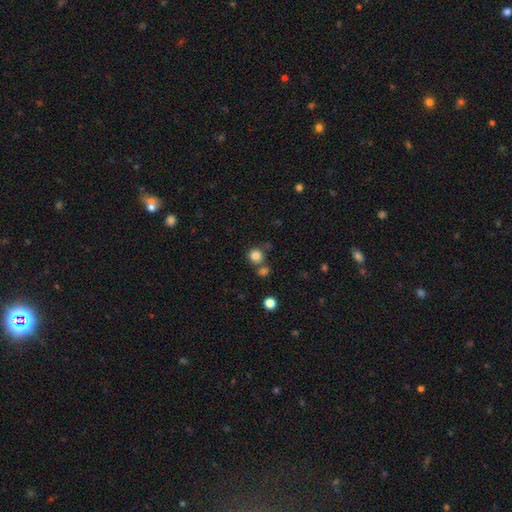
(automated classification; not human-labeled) smooth-or-featured: smooth: 84% | star or artifact: 11% | featured or disk: 5%
  how-rounded: round: 90% | in between: 9% | cigar-shaped: 1%
  merging: none: 65% | merger: 22% | minor disturbance: 9% | major disturbance: 4%